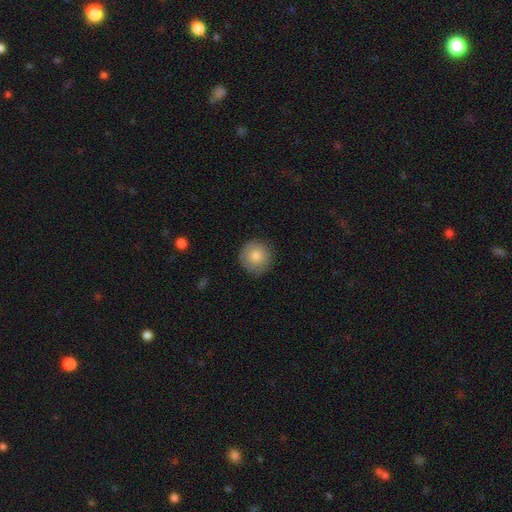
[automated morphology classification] Smooth or featured?
  - smooth: 80% *
  - featured or disk: 12%
  - star or artifact: 8%
How rounded?
  - round: 95% *
  - in between: 4%
  - cigar-shaped: 1%
Merging?
  - none: 87% *
  - minor disturbance: 10%
  - major disturbance: 2%
  - merger: 1%